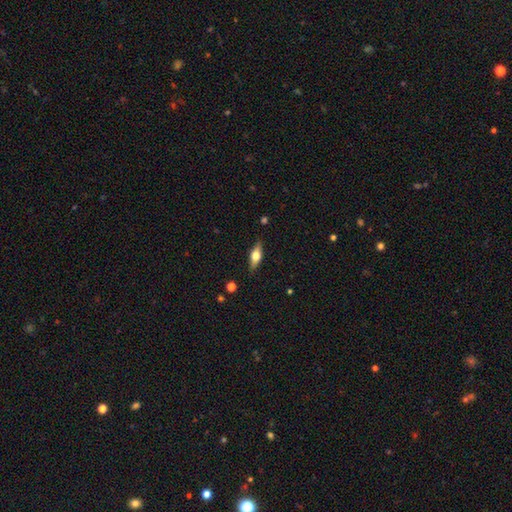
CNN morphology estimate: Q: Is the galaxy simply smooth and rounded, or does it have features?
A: featured or disk — 53%.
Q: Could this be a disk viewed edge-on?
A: yes — 92%.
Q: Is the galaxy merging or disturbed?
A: none — 86%.